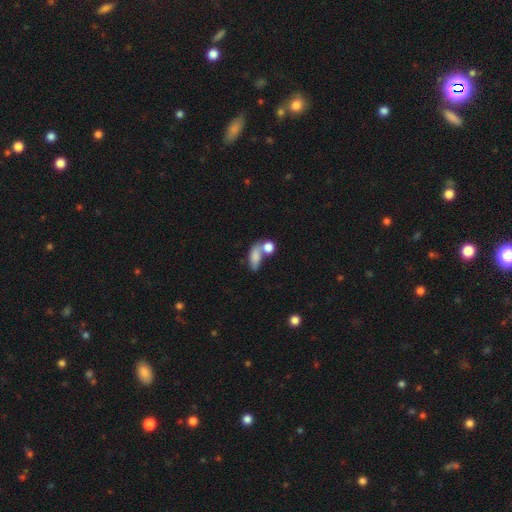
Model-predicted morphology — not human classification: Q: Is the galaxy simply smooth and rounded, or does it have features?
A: smooth — 75%.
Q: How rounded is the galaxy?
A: in between — 75%.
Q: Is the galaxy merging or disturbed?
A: merger — 50%.